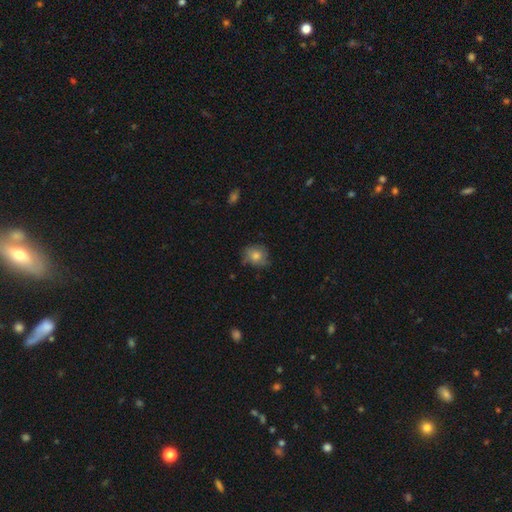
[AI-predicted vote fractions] smooth 71%, featured or disk 18%, star or artifact 11%. Down the decision tree: how rounded — round (72%); merging — none (70%).